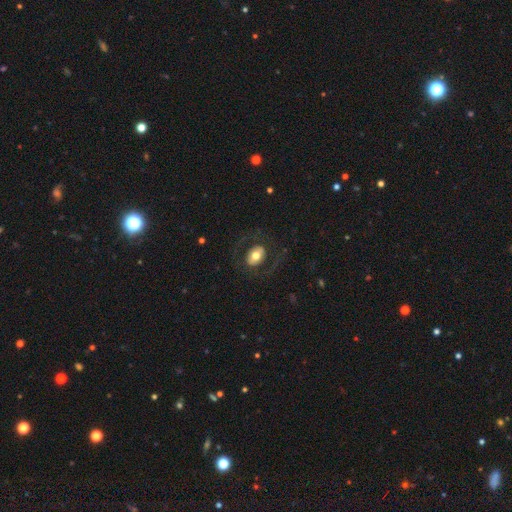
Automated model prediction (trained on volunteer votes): smooth_or_featured: smooth (p=0.52) [alt: featured or disk p=0.41]
how_rounded: in between (p=0.71) [alt: round p=0.28]
merging: none (p=0.77) [alt: major disturbance p=0.12]